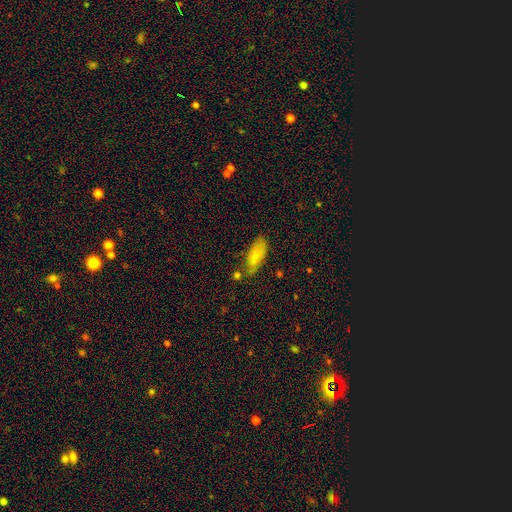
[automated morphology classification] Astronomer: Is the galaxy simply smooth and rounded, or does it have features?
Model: smooth — 78%.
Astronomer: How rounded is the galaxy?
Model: in between — 74%.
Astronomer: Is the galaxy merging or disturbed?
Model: none — 67%.